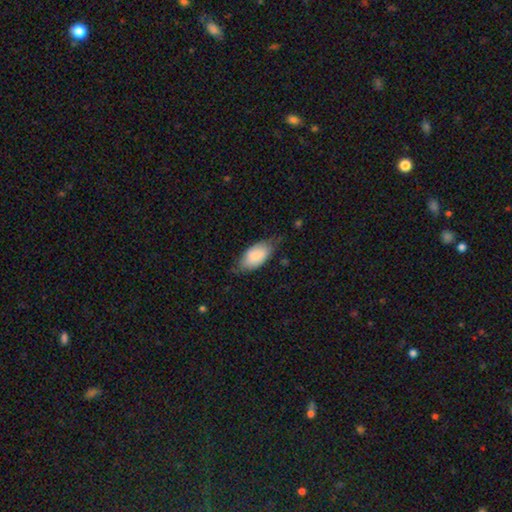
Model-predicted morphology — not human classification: Smooth or featured: smooth — 77% (featured or disk — 16%)
How rounded: in between — 93% (cigar-shaped — 4%)
Merging: none — 56% (minor disturbance — 33%)